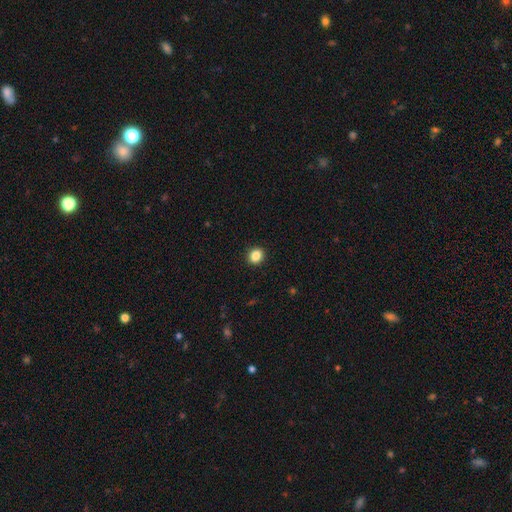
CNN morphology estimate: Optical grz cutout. It shows a smooth galaxy with no disk features (86%) that is round (78%). Merging: none (92%).